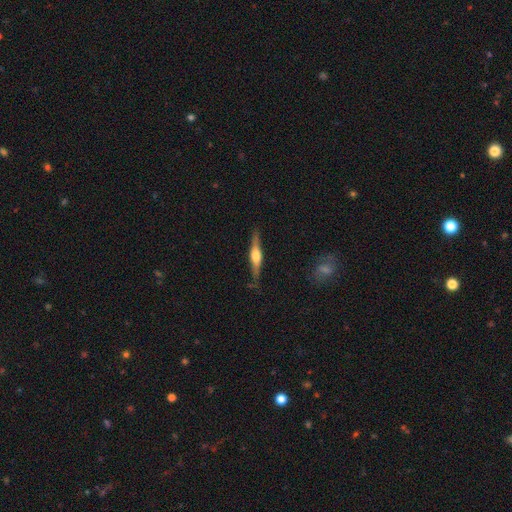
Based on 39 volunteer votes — Volunteers were most divided on "smooth or featured": featured or disk: 56%, smooth: 36%, star or artifact: 8%. More confident: edge-on disk — yes (100%); merging — none (92%); edge-on bulge — rounded (91%).